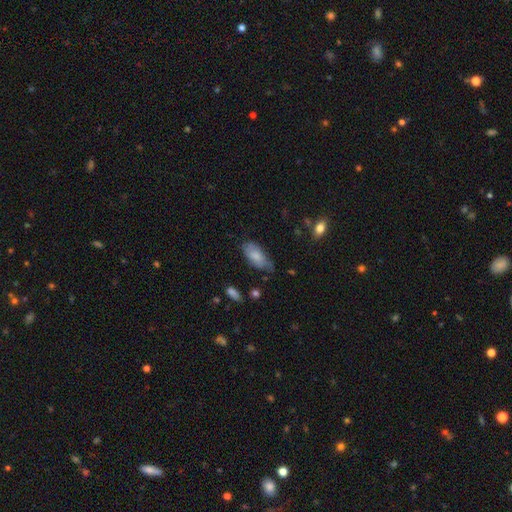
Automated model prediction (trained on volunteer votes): Overall: smooth (76%). How rounded: in between (89%). Merging: none (50%; minor disturbance 38%).